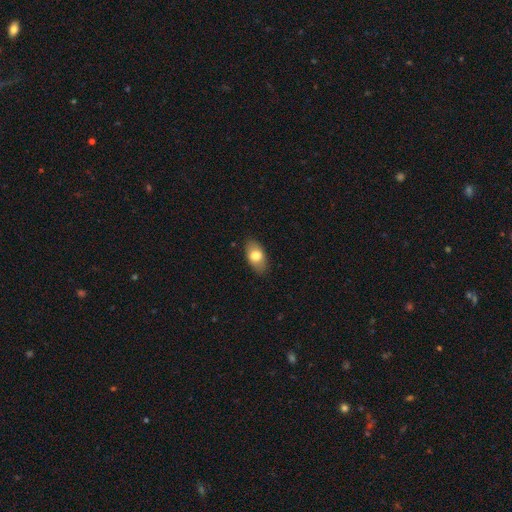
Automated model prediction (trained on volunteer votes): The model was most divided on "smooth or featured": smooth: 76%, featured or disk: 17%, star or artifact: 7%. More confident: how rounded — in between (91%); merging — none (86%).